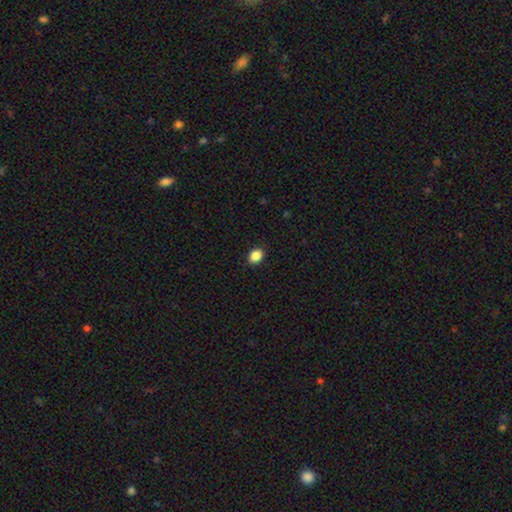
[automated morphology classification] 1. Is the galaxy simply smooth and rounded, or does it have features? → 88% smooth, 9% star or artifact, 3% featured or disk.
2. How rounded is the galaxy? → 66% in between, 33% round, 1% cigar-shaped.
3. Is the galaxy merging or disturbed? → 90% none, 8% minor disturbance, 2% major disturbance, 1% merger.